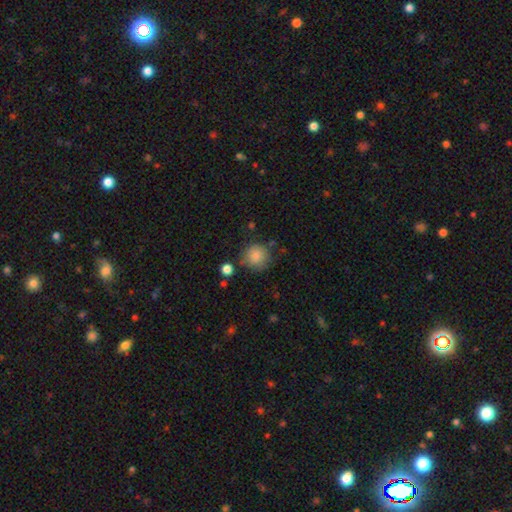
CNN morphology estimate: smooth_or_featured: smooth (p=0.85) [alt: star or artifact p=0.09]
how_rounded: round (p=0.92) [alt: in between p=0.07]
merging: none (p=0.74) [alt: minor disturbance p=0.16]